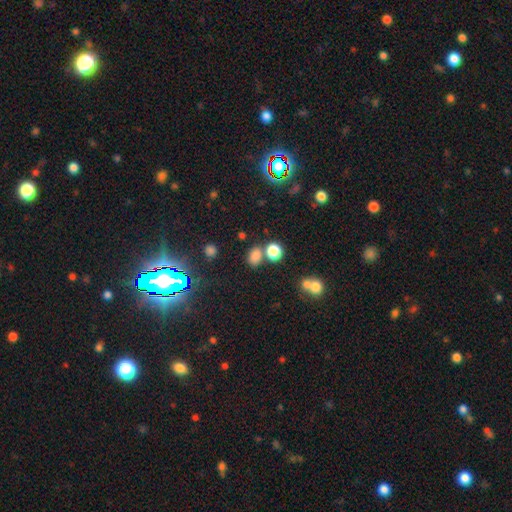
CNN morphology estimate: Smooth or featured? smooth (74%)
How rounded? in between (62%)
Merging? none (63%)